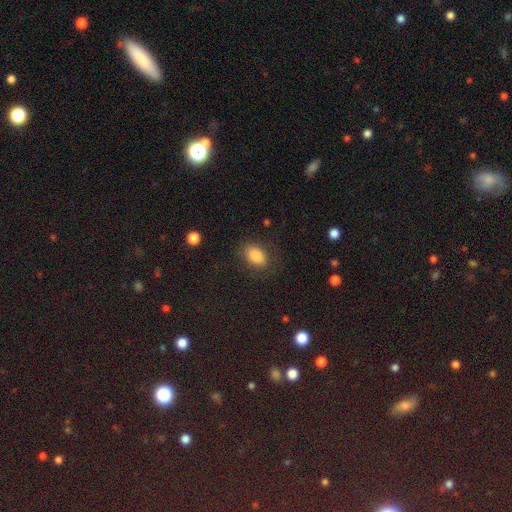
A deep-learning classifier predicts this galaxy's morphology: This is clearly a smooth galaxy (84%). How rounded: clearly in between (86%). Merging: clearly none (82%).